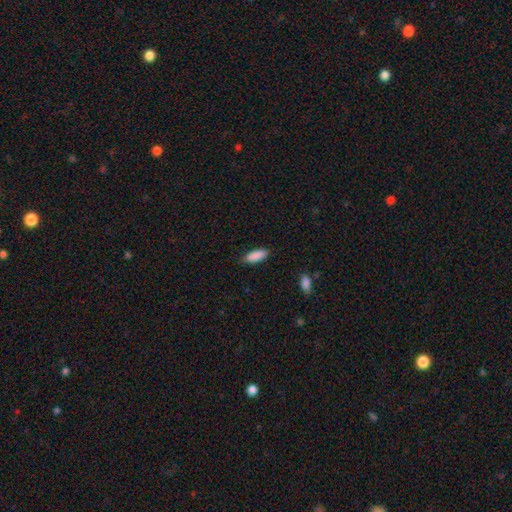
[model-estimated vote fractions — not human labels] Smooth or featured?
  - smooth: 89% *
  - star or artifact: 6%
  - featured or disk: 5%
How rounded?
  - in between: 67% *
  - cigar-shaped: 31%
  - round: 2%
Merging?
  - none: 84% *
  - minor disturbance: 12%
  - major disturbance: 2%
  - merger: 1%